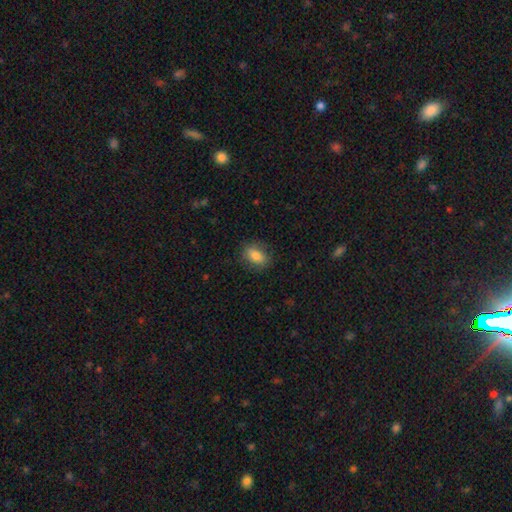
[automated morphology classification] This appears to be a smooth galaxy with no disk features (81%) that is in between round and cigar-shaped (78%). Merging: none (82%).